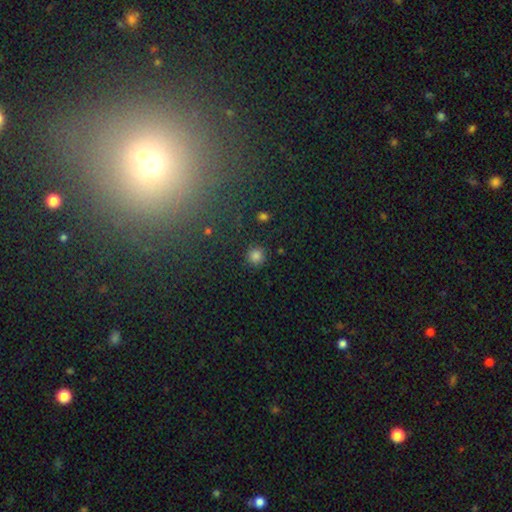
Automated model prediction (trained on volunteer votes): Q: Smooth or featured?
A: smooth (82%); runner-up: star or artifact (14%)
Q: How rounded?
A: round (95%); runner-up: in between (4%)
Q: Merging?
A: none (89%); runner-up: minor disturbance (6%)